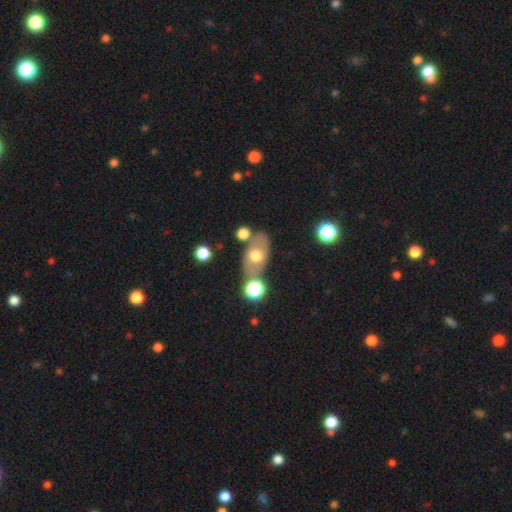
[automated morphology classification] Smooth or featured: smooth — 53% (featured or disk — 37%)
How rounded: in between — 85% (round — 12%)
Merging: none — 66% (minor disturbance — 15%)